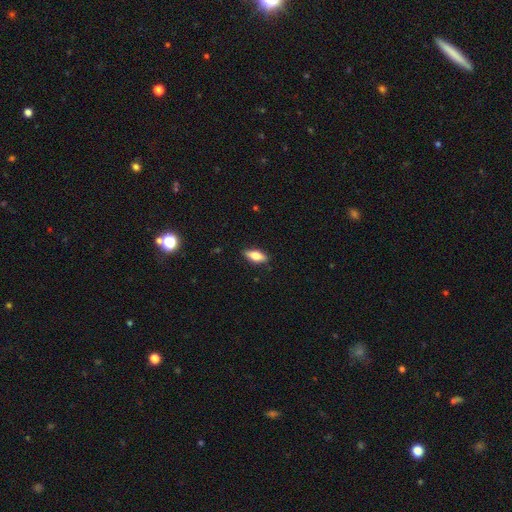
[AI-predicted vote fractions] A smooth galaxy with no disk features (70%) that is in between round and cigar-shaped (75%). Merging: none (87%).